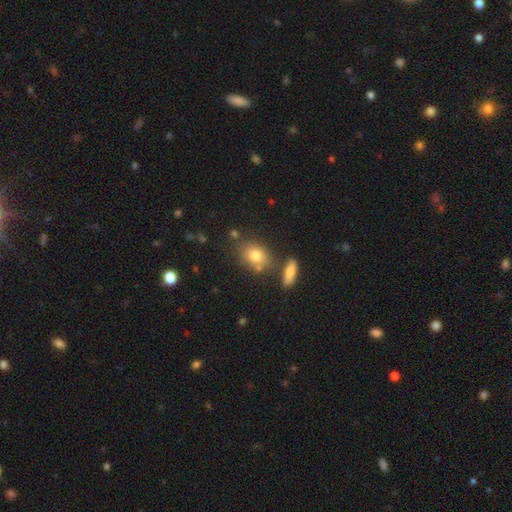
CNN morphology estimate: This appears to be a smooth galaxy with no disk features (78%) that is in between round and cigar-shaped (63%). Merging: none (66%).